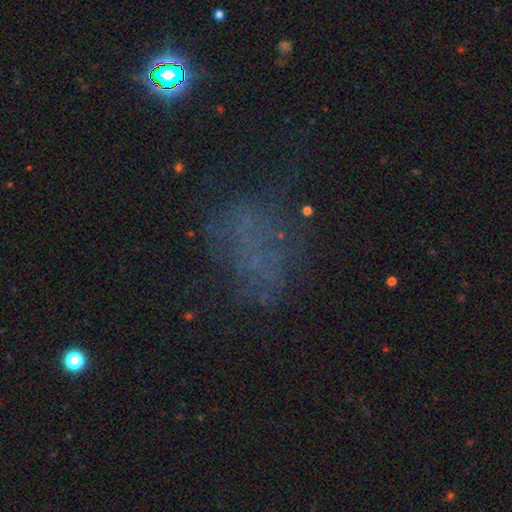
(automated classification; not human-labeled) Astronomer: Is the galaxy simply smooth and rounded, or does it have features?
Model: star or artifact — 37% (runner-up: smooth, 32%).